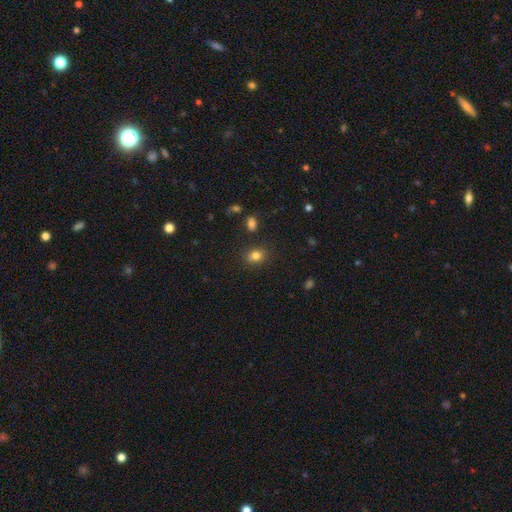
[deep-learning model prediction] Smooth or featured? Predicted: smooth (p=0.81). How rounded? Predicted: round (p=0.51). Merging? Predicted: none (p=0.85).